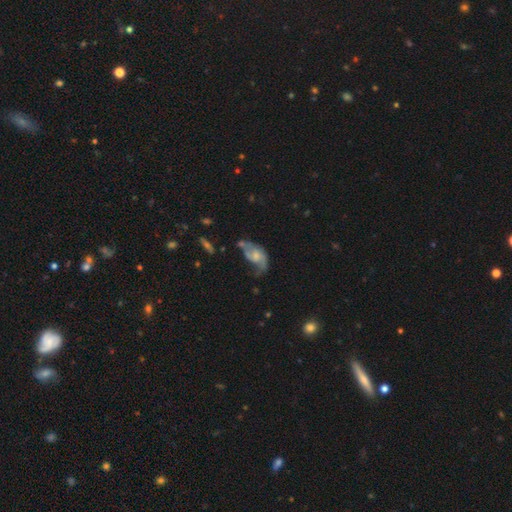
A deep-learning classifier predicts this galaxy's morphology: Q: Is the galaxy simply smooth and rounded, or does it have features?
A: featured or disk — 67%.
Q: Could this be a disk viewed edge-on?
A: no — 96%.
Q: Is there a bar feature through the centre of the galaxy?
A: no — 61%.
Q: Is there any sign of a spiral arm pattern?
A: yes — 81%.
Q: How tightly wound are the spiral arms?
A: loose — 53%.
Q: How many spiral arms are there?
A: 2 — 66%.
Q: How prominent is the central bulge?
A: small — 40%.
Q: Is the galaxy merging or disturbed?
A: major disturbance — 33%.